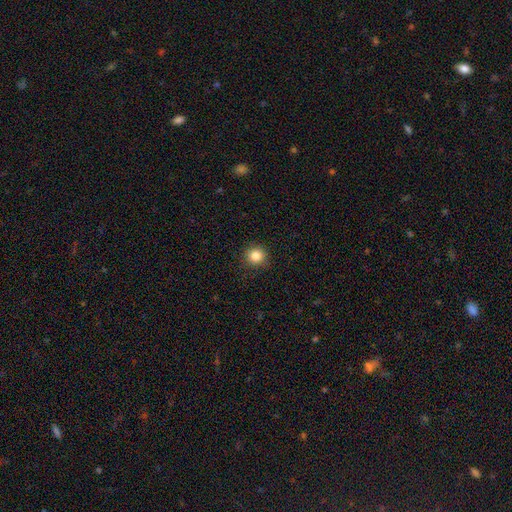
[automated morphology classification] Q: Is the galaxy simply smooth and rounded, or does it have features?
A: smooth — 84%.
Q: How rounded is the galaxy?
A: round — 92%.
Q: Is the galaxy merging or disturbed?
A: none — 90%.